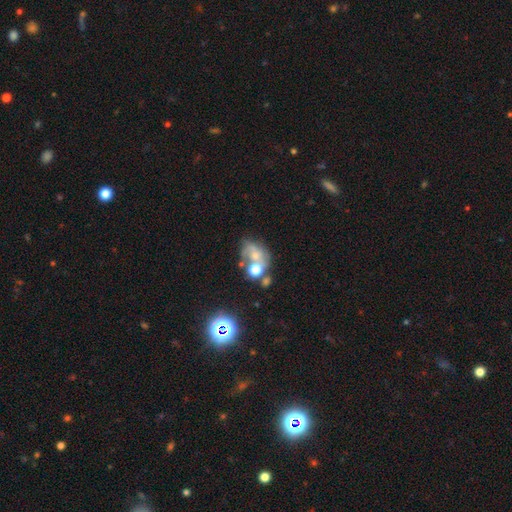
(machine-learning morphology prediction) type=smooth (43%); merging=merger (36%).